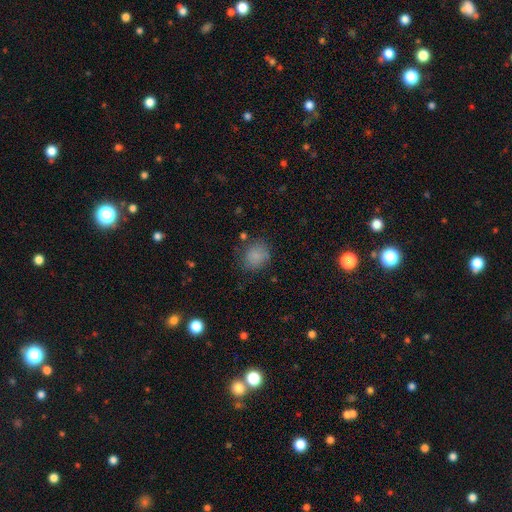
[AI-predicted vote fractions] A smooth galaxy with no disk features (82%) that is round (70%). Merging: none (75%).